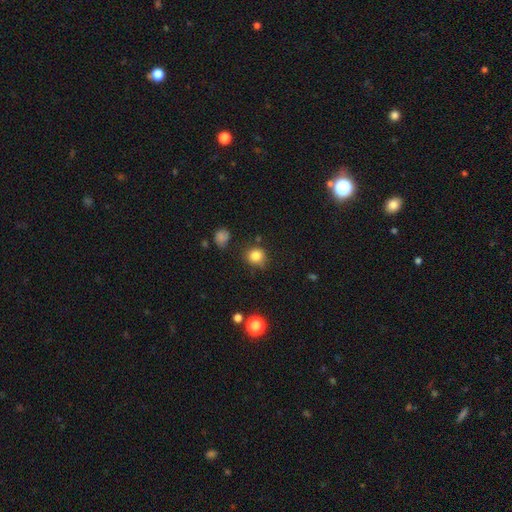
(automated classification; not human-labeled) smooth_or_featured: smooth (p=0.83) [alt: star or artifact p=0.12]
how_rounded: round (p=0.86) [alt: in between p=0.13]
merging: none (p=0.78) [alt: minor disturbance p=0.15]